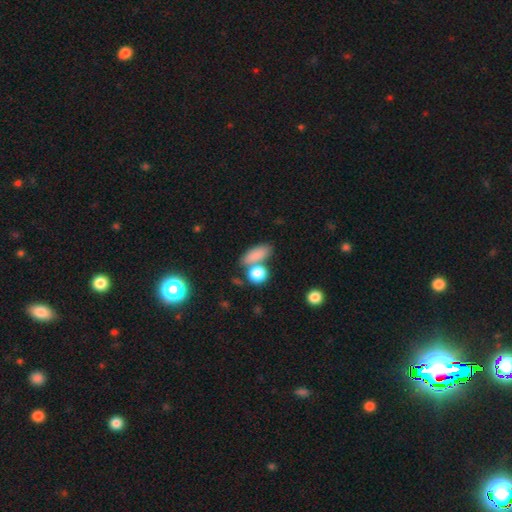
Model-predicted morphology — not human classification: Smooth or featured?
  - smooth: 83% *
  - star or artifact: 9%
  - featured or disk: 8%
How rounded?
  - in between: 68% *
  - cigar-shaped: 18%
  - round: 14%
Merging?
  - none: 54% *
  - merger: 28%
  - minor disturbance: 13%
  - major disturbance: 5%